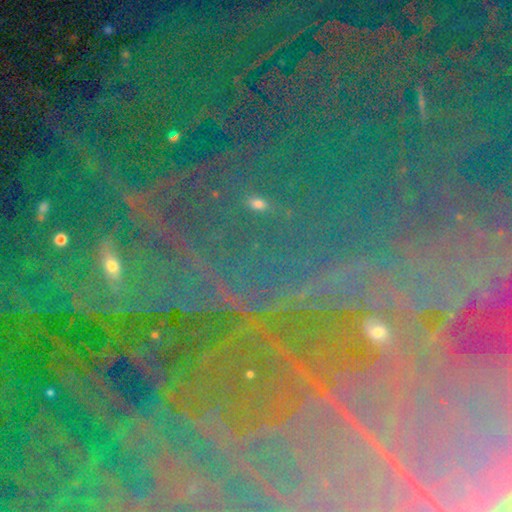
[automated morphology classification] Smooth or featured? star or artifact (86%)